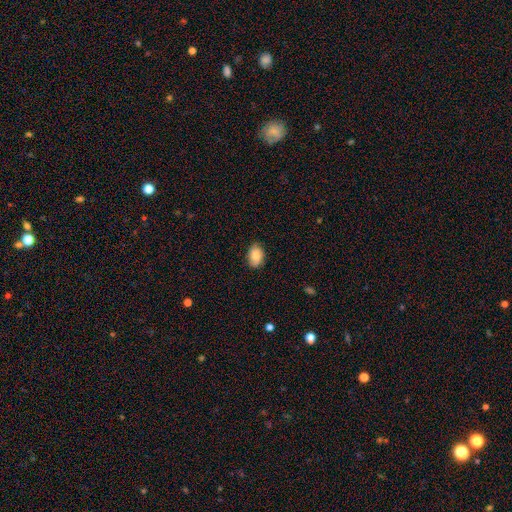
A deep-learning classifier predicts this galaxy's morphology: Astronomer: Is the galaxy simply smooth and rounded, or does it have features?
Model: smooth — 80%.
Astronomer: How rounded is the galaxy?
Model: in between — 82%.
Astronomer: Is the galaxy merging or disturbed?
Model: none — 80%.